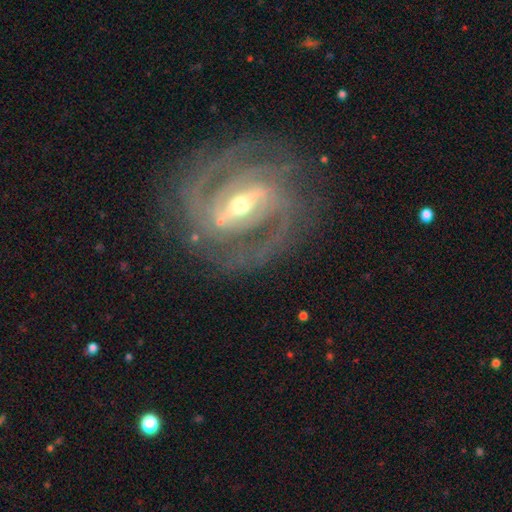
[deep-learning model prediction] featured or disk 91%, star or artifact 5%, smooth 4%. Down the decision tree: edge-on disk — no (95%); bar — strong (69%); spiral arms — yes (97%); spiral arm count — 2 (62%); spiral winding — tight (57%); bulge size — moderate (50%); merging — none (80%).